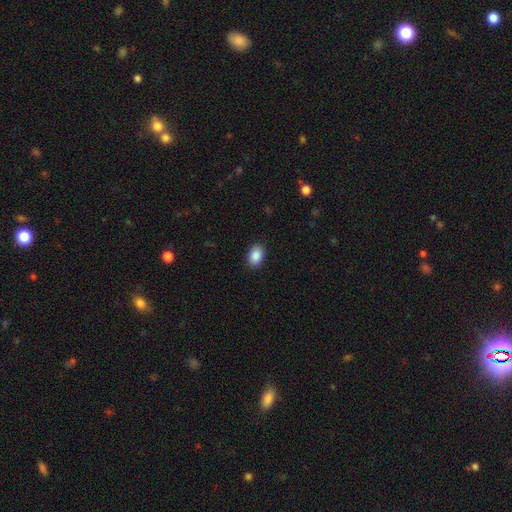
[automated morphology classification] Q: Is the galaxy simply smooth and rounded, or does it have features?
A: smooth — 89%.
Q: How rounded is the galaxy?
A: in between — 83%.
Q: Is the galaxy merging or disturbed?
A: none — 88%.